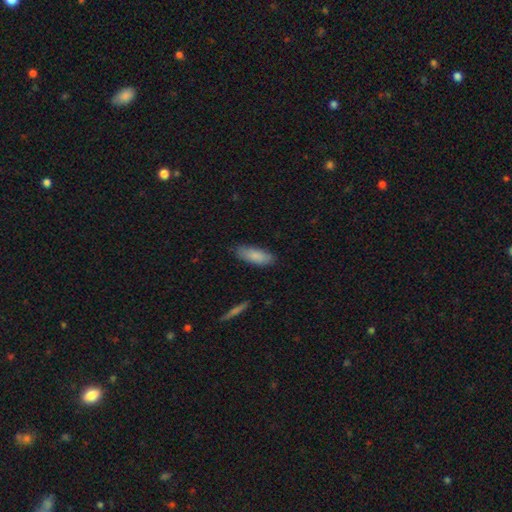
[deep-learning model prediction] Smooth or featured? Predicted: smooth (p=0.85). How rounded? Predicted: in between (p=0.66). Merging? Predicted: none (p=0.81).